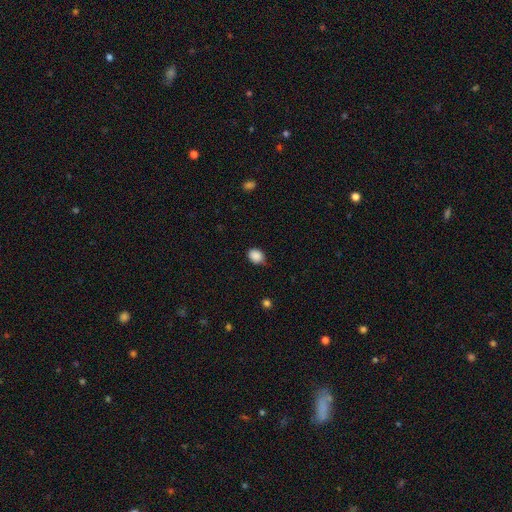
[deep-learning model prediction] Smooth or featured? smooth (88%)
How rounded? round (51%)
Merging? none (71%)